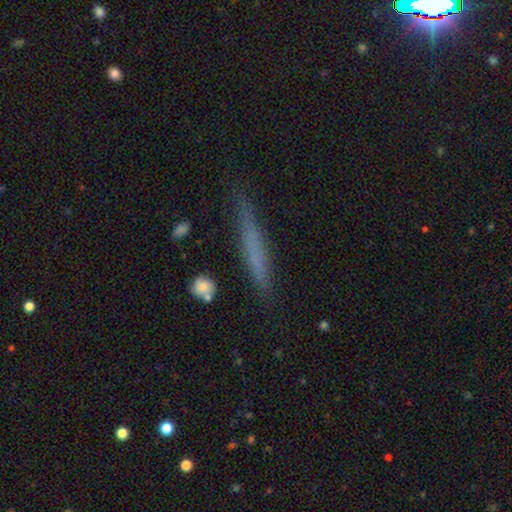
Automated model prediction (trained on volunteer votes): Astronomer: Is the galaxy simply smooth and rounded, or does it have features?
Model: smooth — 56% (runner-up: featured or disk, 36%).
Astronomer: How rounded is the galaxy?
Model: cigar-shaped — 94%.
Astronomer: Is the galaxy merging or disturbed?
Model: none — 80%.